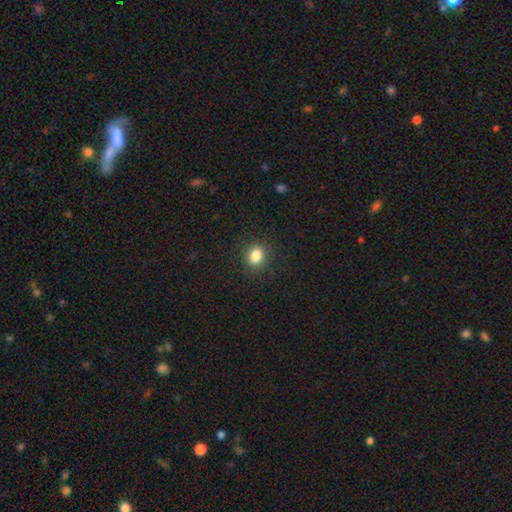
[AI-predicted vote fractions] smooth 85%, star or artifact 11%, featured or disk 4%. Down the decision tree: how rounded — round (53%); merging — none (89%).